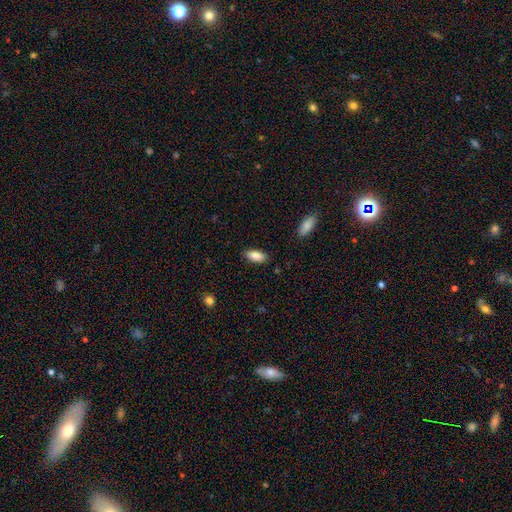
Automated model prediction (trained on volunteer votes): Morphology: type=smooth (86%); roundness=in between (88%); merging=none (87%).